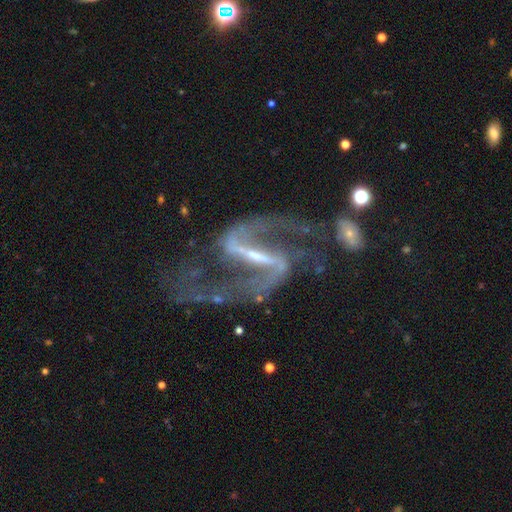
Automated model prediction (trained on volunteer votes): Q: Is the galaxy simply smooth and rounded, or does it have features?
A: featured or disk — 92%.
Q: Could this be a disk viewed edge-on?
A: no — 97%.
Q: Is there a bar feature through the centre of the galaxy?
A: strong — 74%.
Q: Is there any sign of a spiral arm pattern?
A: yes — 97%.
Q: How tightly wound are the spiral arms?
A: loose — 57%.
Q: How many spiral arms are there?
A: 2 — 94%.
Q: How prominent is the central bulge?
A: small — 62%.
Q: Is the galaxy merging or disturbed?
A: none — 55%.